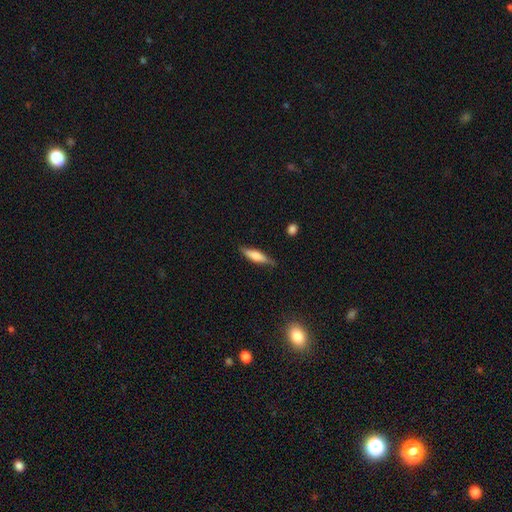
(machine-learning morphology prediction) This is possibly a smooth galaxy (56%). How rounded: likely cigar-shaped (72%). Merging: likely none (79%).